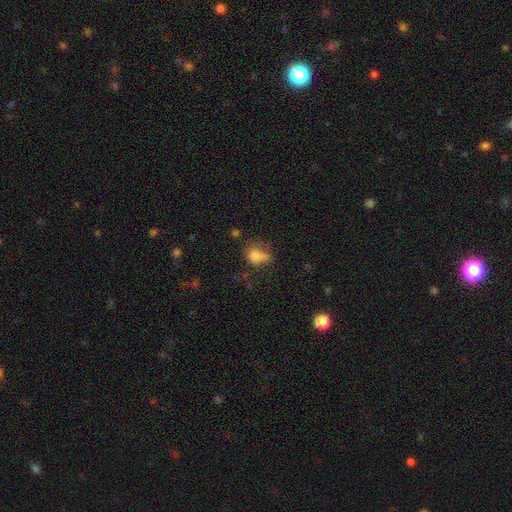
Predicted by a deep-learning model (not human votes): The model was most divided on "merging": none: 35%, merger: 23%, minor disturbance: 23%, major disturbance: 19%. More confident: smooth or featured — smooth (73%); how rounded — round (56%).